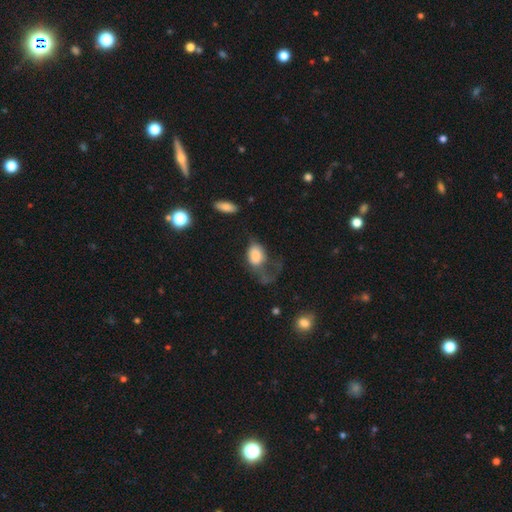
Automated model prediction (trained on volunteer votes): Smooth or featured? Predicted: smooth (p=0.76). How rounded? Predicted: in between (p=0.78). Merging? Predicted: major disturbance (p=0.56).